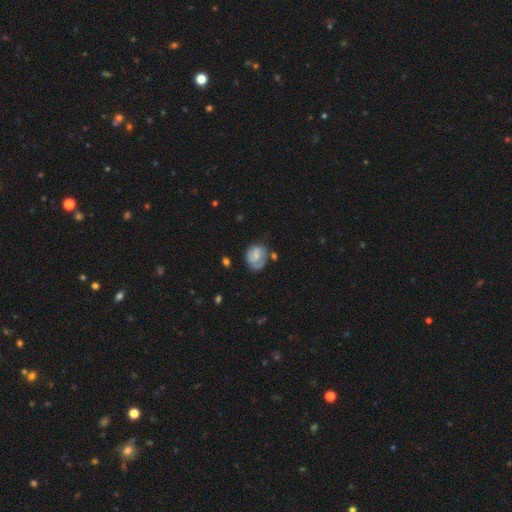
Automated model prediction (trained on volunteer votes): A featured or disk galaxy (52%) with no bar (53%), spiral arms (77%) and a small central bulge (47%).

Vote fractions:
- Smooth or featured? featured or disk: 52% / smooth: 41% / star or artifact: 8%
- Edge-on disk? no: 97% / yes: 3%
- Bar? no: 53% / weak: 39% / strong: 8%
- Spiral arms? yes: 77% / no: 23%
- Bulge size? small: 47% / moderate: 34% / none: 15% / large: 3% / dominant: 1%
- Merging? none: 55% / minor disturbance: 26% / major disturbance: 12% / merger: 6%